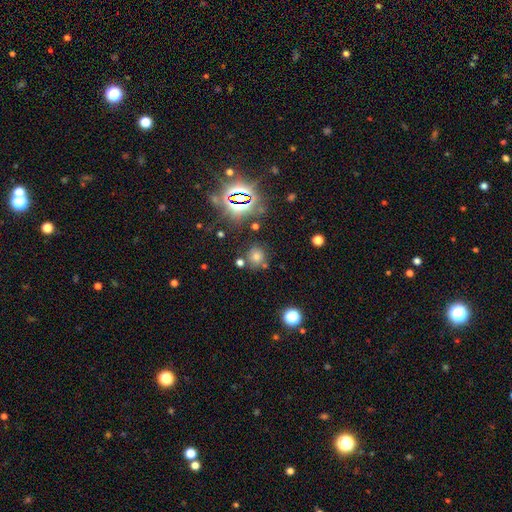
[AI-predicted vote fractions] This is possibly a smooth galaxy (55%). How rounded: clearly round (81%). Merging: likely none (77%).